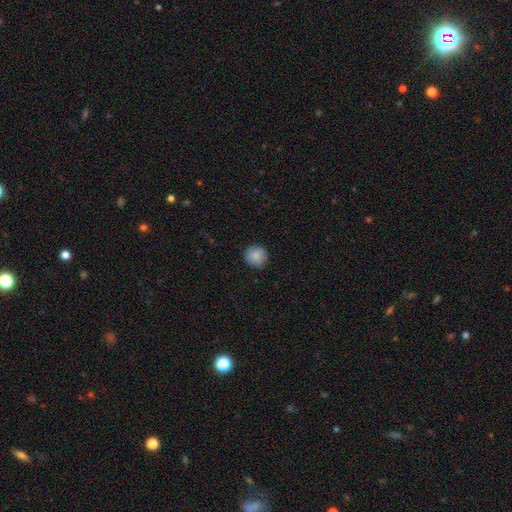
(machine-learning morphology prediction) The model was most divided on "smooth or featured": smooth: 87%, star or artifact: 8%, featured or disk: 6%. More confident: how rounded — round (94%); merging — none (89%).